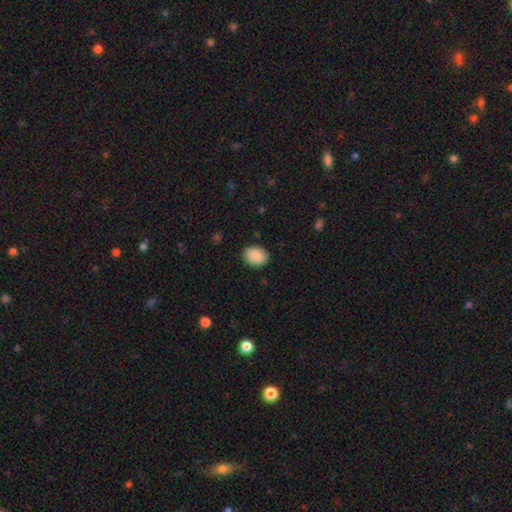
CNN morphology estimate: The model was most divided on "how rounded": in between: 64%, round: 36%, cigar-shaped: 1%. More confident: smooth or featured — smooth (90%); merging — none (88%).